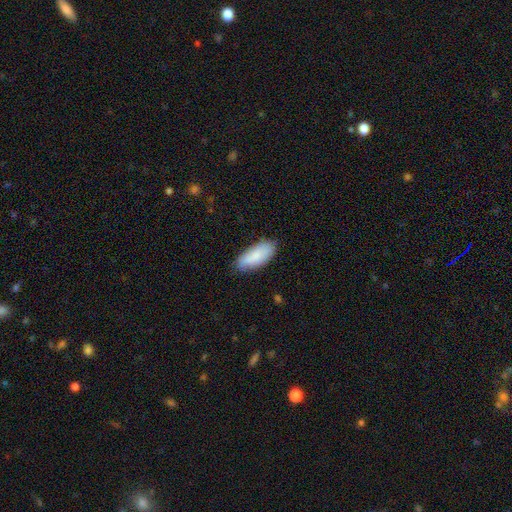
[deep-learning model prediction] This appears to be a smooth galaxy with no disk features (82%) that is in between round and cigar-shaped (85%). Merging: none (80%).